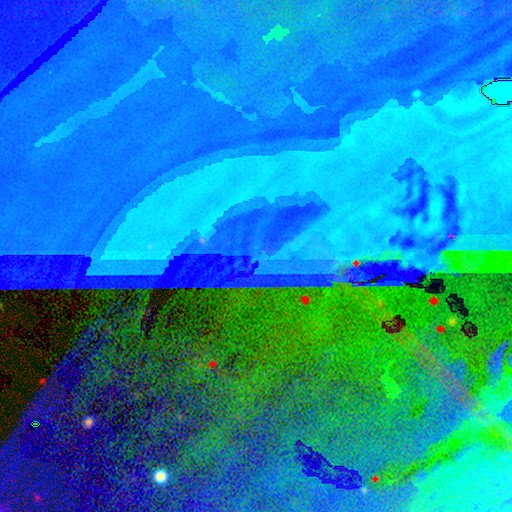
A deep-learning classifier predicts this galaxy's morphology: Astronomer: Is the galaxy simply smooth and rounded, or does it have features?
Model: star or artifact — 89%.